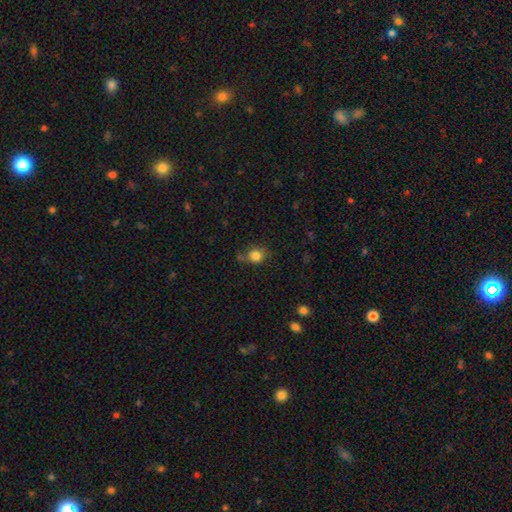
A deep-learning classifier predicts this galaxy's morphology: Overall: smooth (83%). How rounded: round (79%). Merging: none (66%).